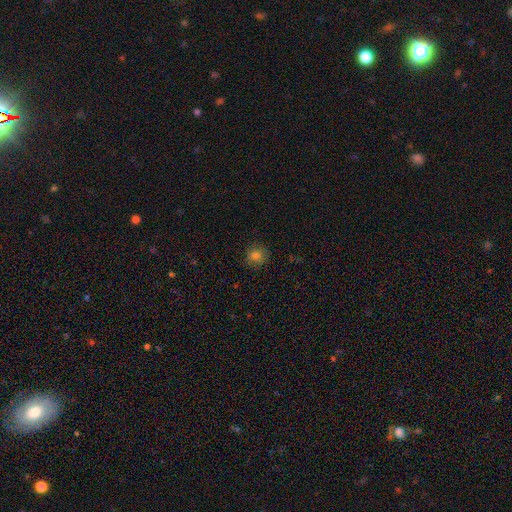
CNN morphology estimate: Smooth or featured? Predicted: smooth (p=0.80). How rounded? Predicted: round (p=0.86). Merging? Predicted: none (p=0.85).